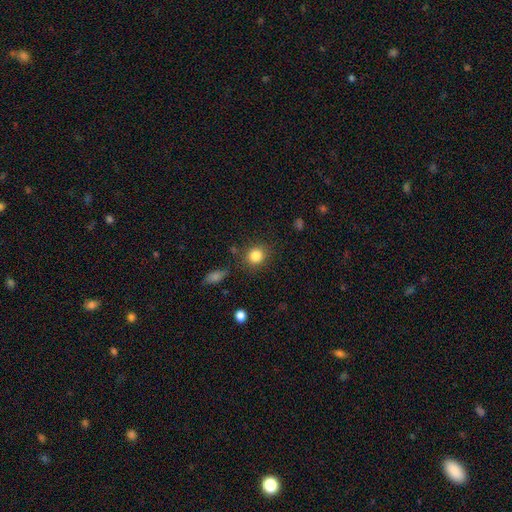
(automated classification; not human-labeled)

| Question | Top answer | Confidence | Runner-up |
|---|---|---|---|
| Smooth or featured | smooth | 84% | star or artifact (10%) |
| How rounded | round | 80% | in between (19%) |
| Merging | none | 82% | minor disturbance (11%) |